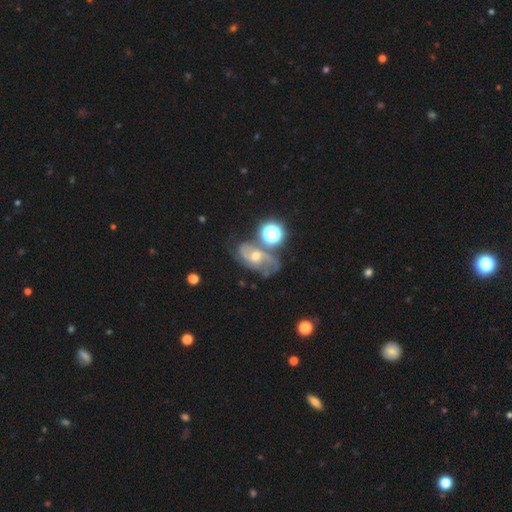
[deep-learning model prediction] Overall: featured or disk (70%). Edge-on disk: no (95%). Bar: no (61%; weak 31%). Spiral arms: yes (91%). Spiral arm count: 2 (68%). Spiral winding: medium (48%; loose 27%). Bulge size: moderate (56%; small 37%). Merging: none (54%; minor disturbance 21%).